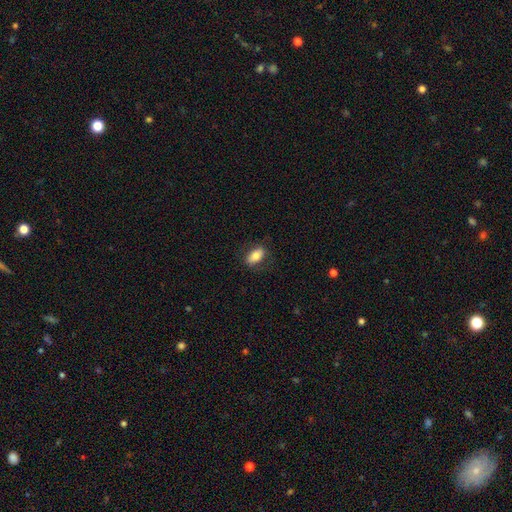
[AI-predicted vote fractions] A smooth galaxy with no disk features (77%) that is in between round and cigar-shaped (88%). Merging: none (80%).